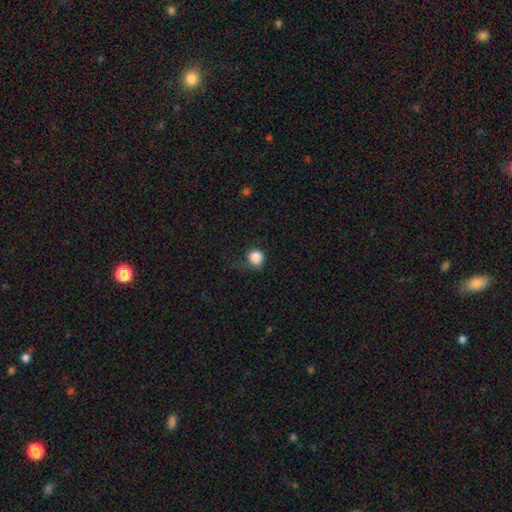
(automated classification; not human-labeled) Smooth or featured? Predicted: smooth (p=0.86). How rounded? Predicted: round (p=0.84). Merging? Predicted: none (p=0.63).